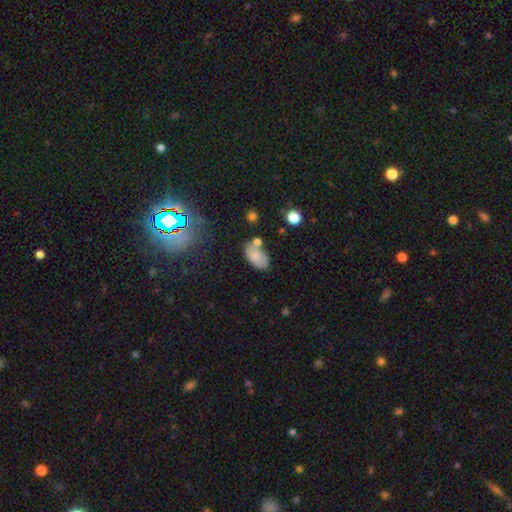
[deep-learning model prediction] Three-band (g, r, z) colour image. It shows a smooth galaxy with no disk features (79%) that is in between round and cigar-shaped (92%). Merging: none (56%).